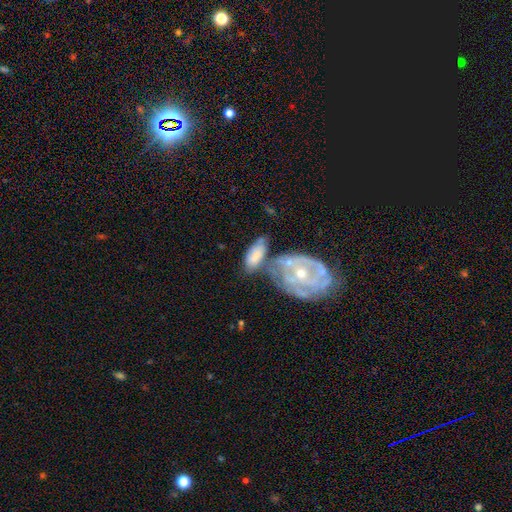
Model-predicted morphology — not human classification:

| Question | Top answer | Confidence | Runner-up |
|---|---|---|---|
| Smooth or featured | smooth | 51% | featured or disk (42%) |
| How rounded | in between | 90% | cigar-shaped (5%) |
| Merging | merger | 43% | none (25%) |